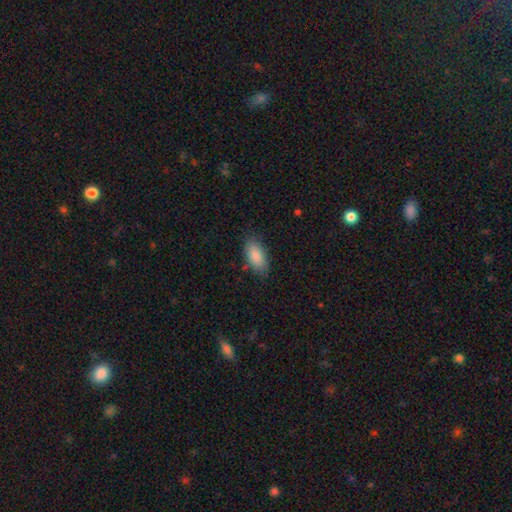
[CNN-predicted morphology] A smooth galaxy with no disk features (87%) that is in between round and cigar-shaped (91%).

Vote fractions:
- Smooth or featured? smooth: 87% / star or artifact: 7% / featured or disk: 6%
- How rounded? in between: 91% / cigar-shaped: 6% / round: 3%
- Merging? none: 79% / minor disturbance: 16% / major disturbance: 4% / merger: 1%